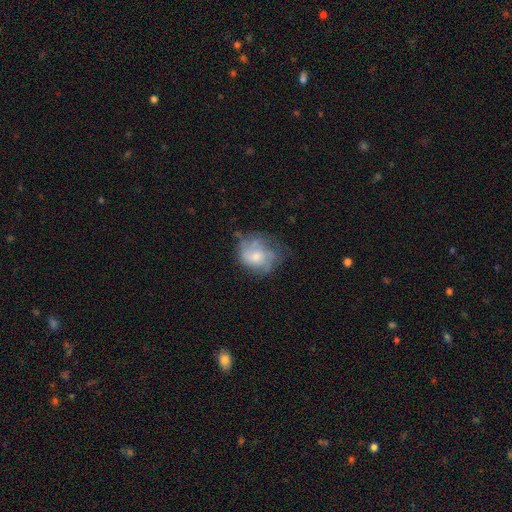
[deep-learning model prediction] A featured or disk galaxy (53%) with no bar (78%), spiral arms (59%) and a moderate central bulge (50%). Merging: none (46%).